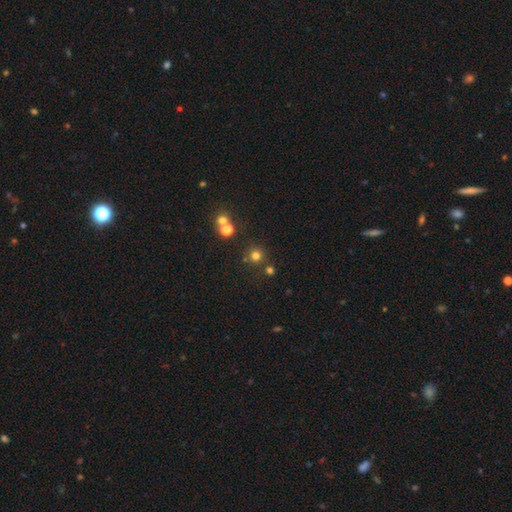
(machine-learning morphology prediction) The model was most divided on "smooth or featured": smooth: 74%, star or artifact: 20%, featured or disk: 6%. More confident: how rounded — round (95%); merging — none (81%).